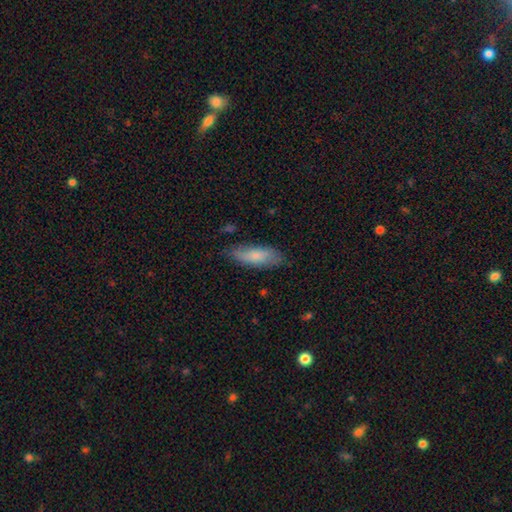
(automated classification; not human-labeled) This is likely a smooth galaxy (77%). How rounded: likely in between (66%). Merging: likely none (74%).